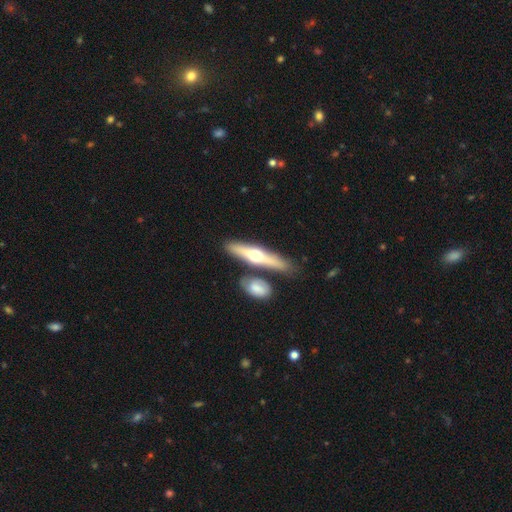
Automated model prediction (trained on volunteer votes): Smooth or featured? featured or disk (57%)
Edge-on disk? yes (91%)
Edge-on bulge? rounded (94%)
Merging? none (77%)